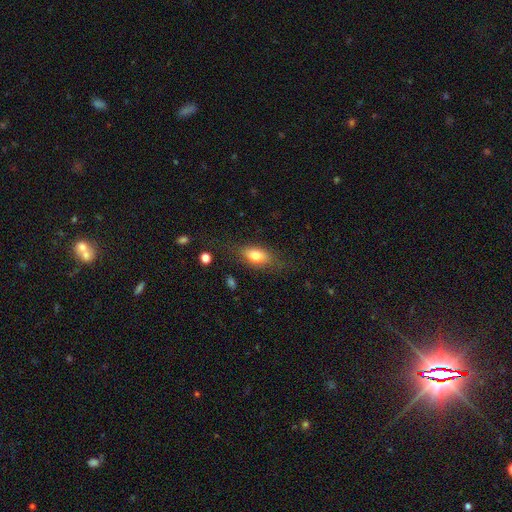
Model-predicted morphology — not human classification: A smooth galaxy with no disk features (75%) that is in between round and cigar-shaped (82%).

Vote fractions:
- Smooth or featured? smooth: 75% / featured or disk: 17% / star or artifact: 8%
- How rounded? in between: 82% / cigar-shaped: 11% / round: 7%
- Merging? none: 69% / minor disturbance: 20% / major disturbance: 9% / merger: 2%